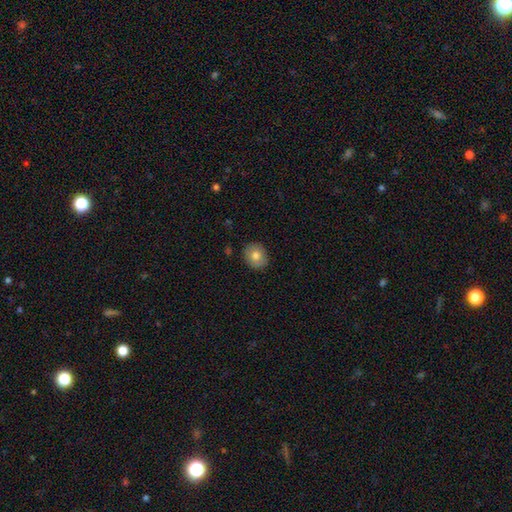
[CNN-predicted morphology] This appears to be a smooth galaxy with no disk features (77%) that is round (76%). Merging: none (89%).